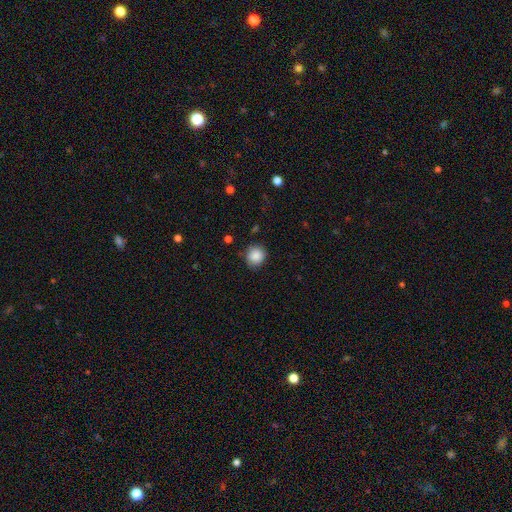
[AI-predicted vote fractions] Smooth or featured? smooth (87%)
How rounded? round (90%)
Merging? none (82%)